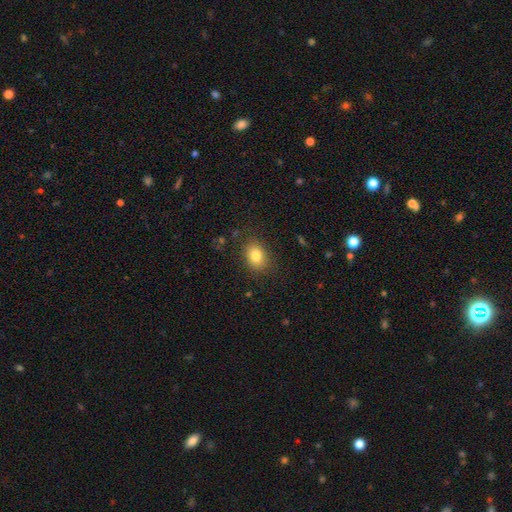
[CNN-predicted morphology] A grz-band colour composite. It shows a smooth galaxy with no disk features (83%) that is in between round and cigar-shaped (68%). Merging: none (84%).